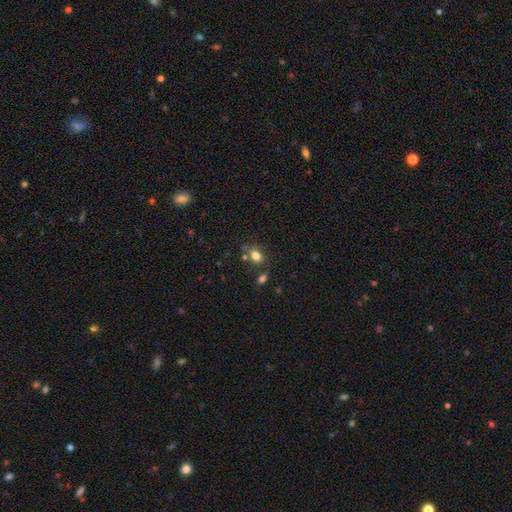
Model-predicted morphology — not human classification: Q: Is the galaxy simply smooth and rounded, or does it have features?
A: smooth — 79%.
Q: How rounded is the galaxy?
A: in between — 73%.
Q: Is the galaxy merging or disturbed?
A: none — 65%.